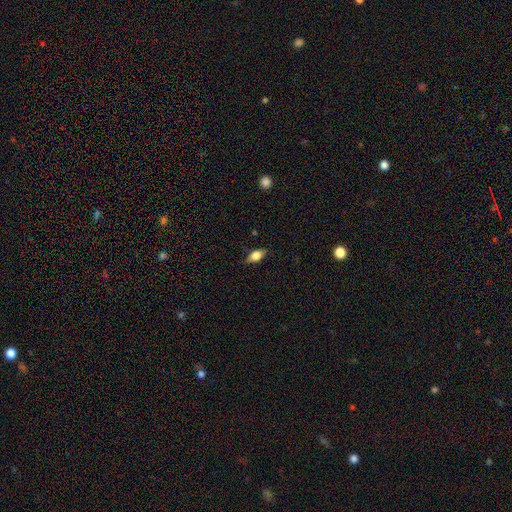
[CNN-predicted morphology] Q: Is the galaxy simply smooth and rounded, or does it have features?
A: smooth — 62%.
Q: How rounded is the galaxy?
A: in between — 80%.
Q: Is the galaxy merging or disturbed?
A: none — 80%.